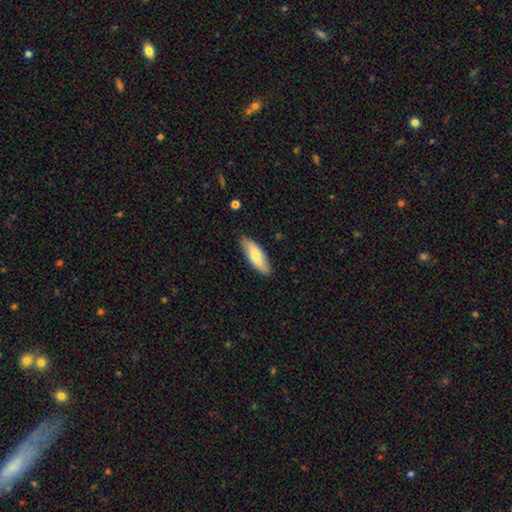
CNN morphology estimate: The model was most divided on "how rounded": in between: 64%, cigar-shaped: 34%, round: 2%. More confident: merging — none (85%); smooth or featured — smooth (75%).